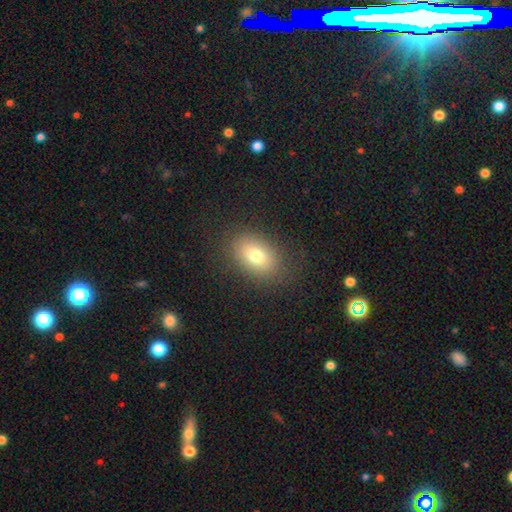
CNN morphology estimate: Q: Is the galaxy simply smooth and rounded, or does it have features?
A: smooth — 76%.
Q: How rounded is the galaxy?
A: in between — 79%.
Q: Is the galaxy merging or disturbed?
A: none — 84%.